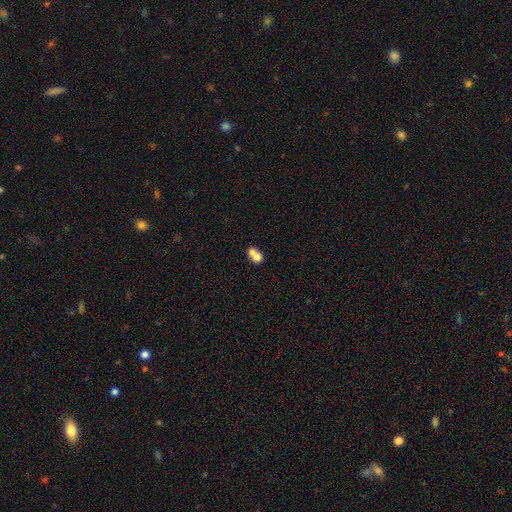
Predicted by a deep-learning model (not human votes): The model was most divided on "how rounded": round: 64%, in between: 35%, cigar-shaped: 1%. More confident: smooth or featured — smooth (72%); merging — merger (70%).